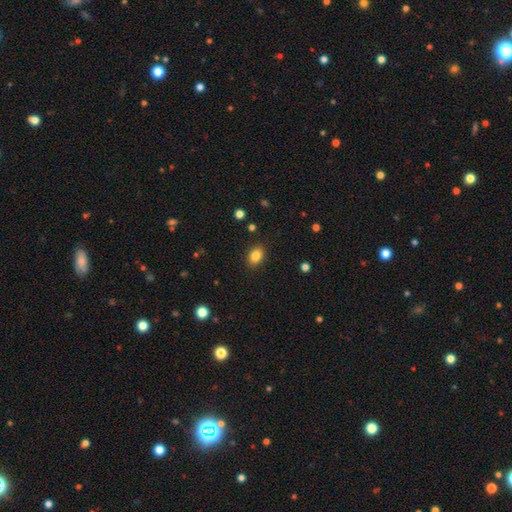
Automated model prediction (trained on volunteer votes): Overall: smooth (84%). How rounded: in between (70%). Merging: none (88%).